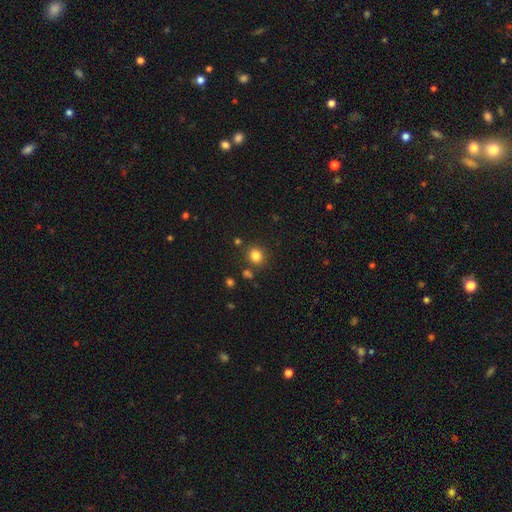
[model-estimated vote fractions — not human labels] Smooth or featured?
  - smooth: 82% *
  - star or artifact: 13%
  - featured or disk: 5%
How rounded?
  - round: 78% *
  - in between: 21%
  - cigar-shaped: 1%
Merging?
  - none: 83% *
  - minor disturbance: 9%
  - merger: 5%
  - major disturbance: 3%